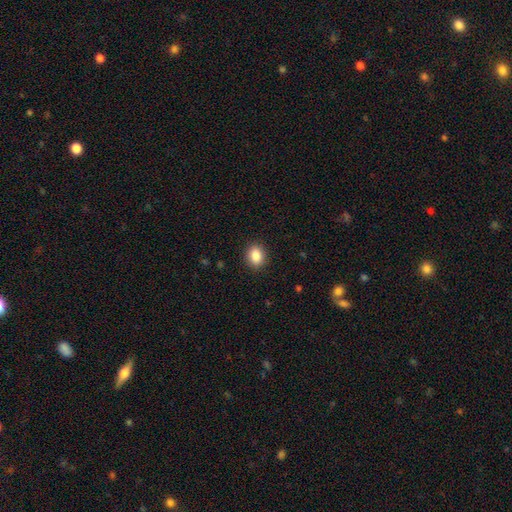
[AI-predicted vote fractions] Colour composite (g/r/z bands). It shows a smooth galaxy with no disk features (87%) that is in between round and cigar-shaped (55%). Merging: none (90%).